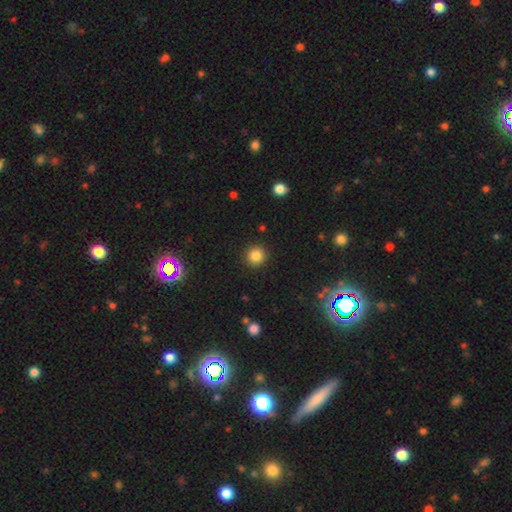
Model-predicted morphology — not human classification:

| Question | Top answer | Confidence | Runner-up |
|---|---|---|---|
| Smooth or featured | smooth | 84% | star or artifact (11%) |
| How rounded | round | 92% | in between (7%) |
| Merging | none | 91% | minor disturbance (5%) |